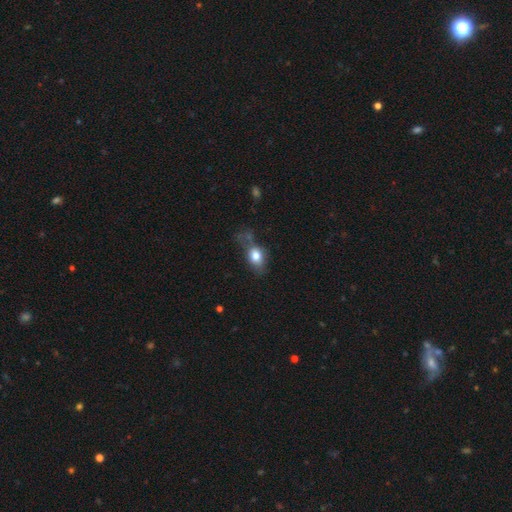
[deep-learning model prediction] The model was most divided on "merging": none: 42%, minor disturbance: 29%, major disturbance: 20%, merger: 9%. More confident: smooth or featured — smooth (77%); how rounded — in between (72%).